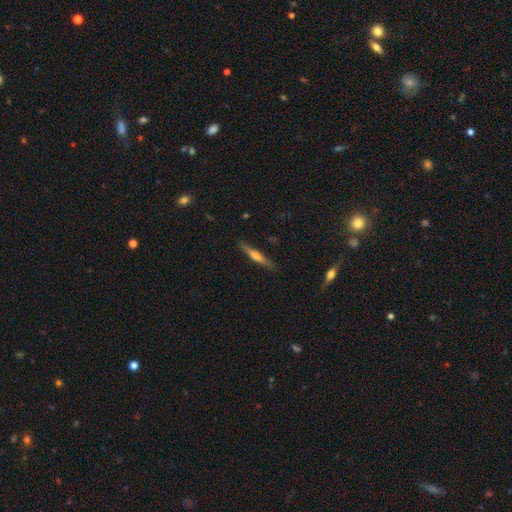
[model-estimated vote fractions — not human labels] Morphology: type=featured or disk (56%); edge-on=yes (97%); edge-on bulge=rounded (74%); merging=none (87%).